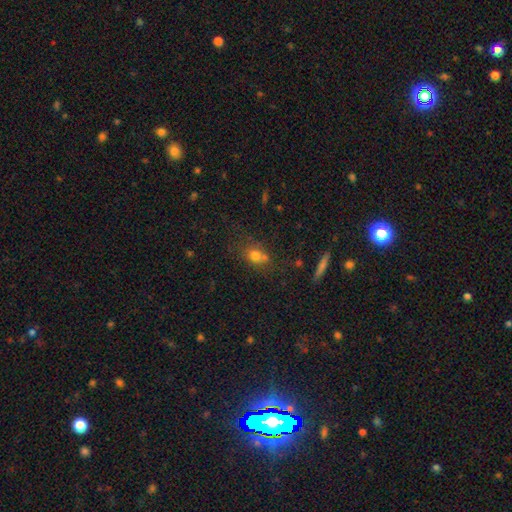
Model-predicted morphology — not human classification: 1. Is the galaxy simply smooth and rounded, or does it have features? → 73% smooth, 15% star or artifact, 12% featured or disk.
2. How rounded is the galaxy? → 49% in between, 48% round, 3% cigar-shaped.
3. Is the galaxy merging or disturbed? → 56% none, 21% merger, 17% minor disturbance, 7% major disturbance.